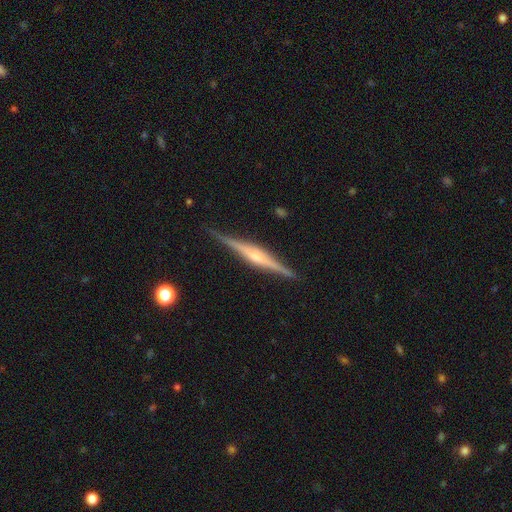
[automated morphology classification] smooth_or_featured: featured or disk (p=0.82) [alt: smooth p=0.13]
disk_edge_on: yes (p=0.98) [alt: no p=0.02]
edge_on_bulge: rounded (p=0.64) [alt: boxy p=0.23]
merging: none (p=0.90) [alt: minor disturbance p=0.07]